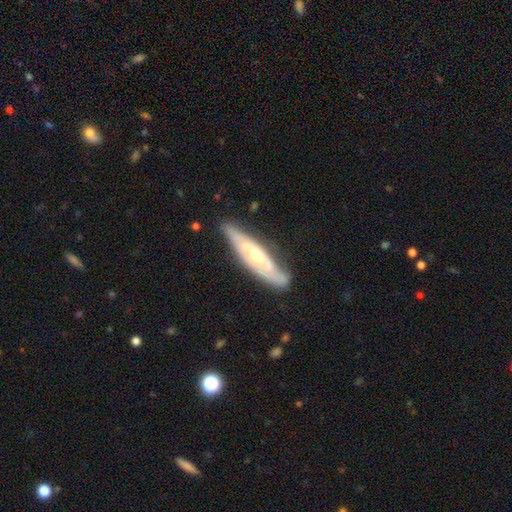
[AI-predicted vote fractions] featured or disk 72%, smooth 23%, star or artifact 5%. Down the decision tree: edge-on disk — no (54%); merging — none (73%).